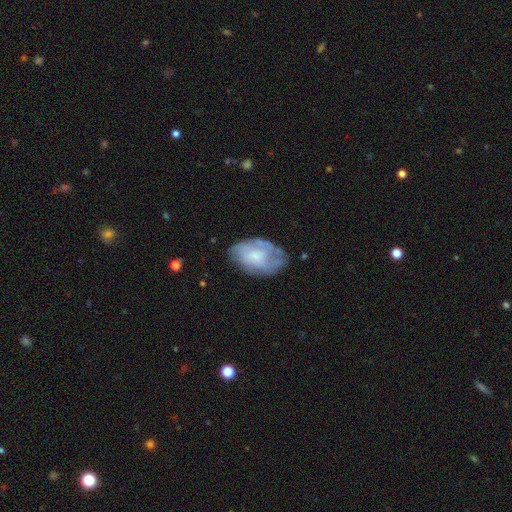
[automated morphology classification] Q: Smooth or featured?
A: featured or disk (52%); runner-up: smooth (41%)
Q: Edge-on disk?
A: no (96%); runner-up: yes (4%)
Q: Merging?
A: none (60%); runner-up: minor disturbance (26%)